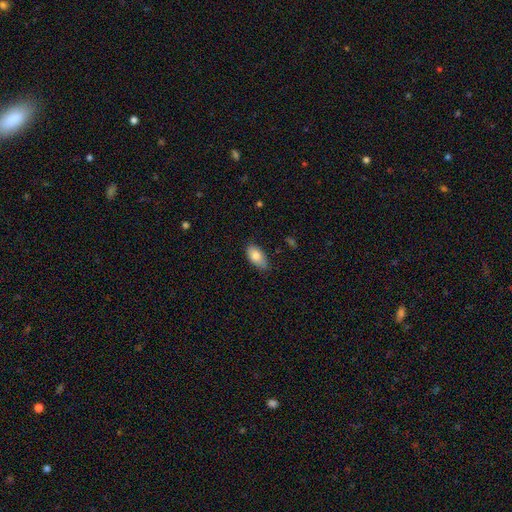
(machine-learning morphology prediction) smooth_or_featured: smooth (p=0.81) [alt: featured or disk p=0.12]
how_rounded: in between (p=0.93) [alt: round p=0.04]
merging: none (p=0.77) [alt: minor disturbance p=0.19]